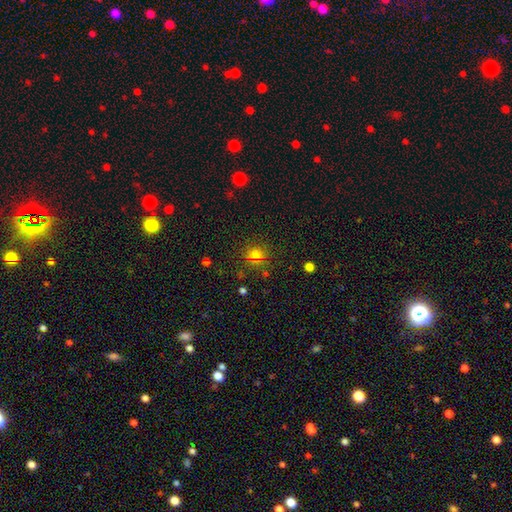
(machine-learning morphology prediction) Smooth or featured: smooth — 69% (star or artifact — 24%)
How rounded: round — 85% (in between — 14%)
Merging: none — 82% (minor disturbance — 10%)